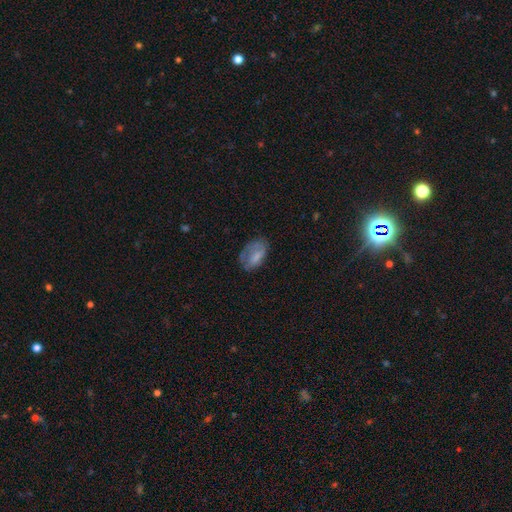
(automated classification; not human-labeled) Smooth or featured: smooth — 67% (featured or disk — 24%)
How rounded: in between — 90% (round — 7%)
Merging: none — 53% (minor disturbance — 30%)